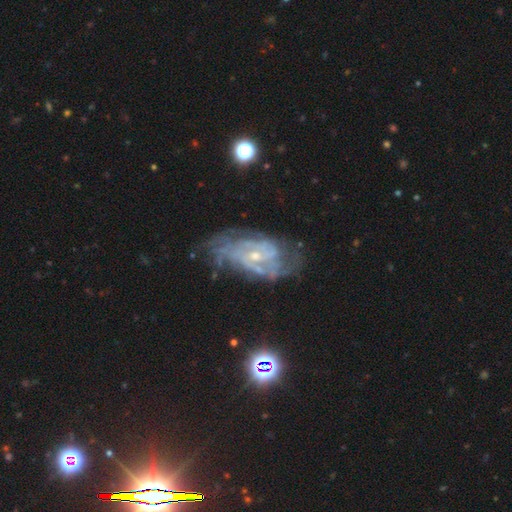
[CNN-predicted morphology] Smooth or featured? featured or disk (84%)
Edge-on disk? no (96%)
Bar? no (48%)
Spiral arms? yes (92%)
Spiral winding? tight (52%)
Spiral arm count? can't tell (42%)
Bulge size? small (71%)
Merging? none (59%)